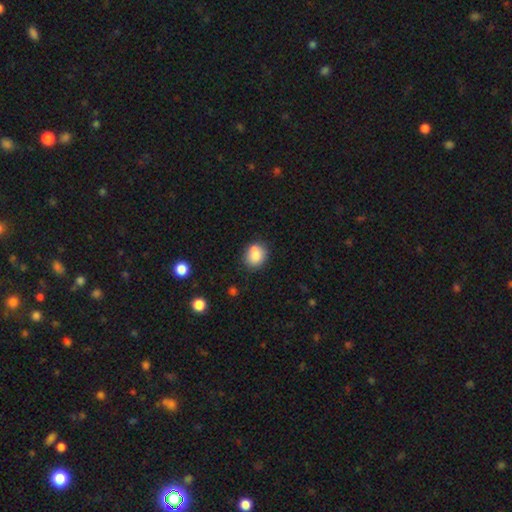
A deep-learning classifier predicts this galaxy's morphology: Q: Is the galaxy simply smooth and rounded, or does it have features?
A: smooth — 80%.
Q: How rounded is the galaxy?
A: round — 68%.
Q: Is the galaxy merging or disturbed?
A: none — 63%.